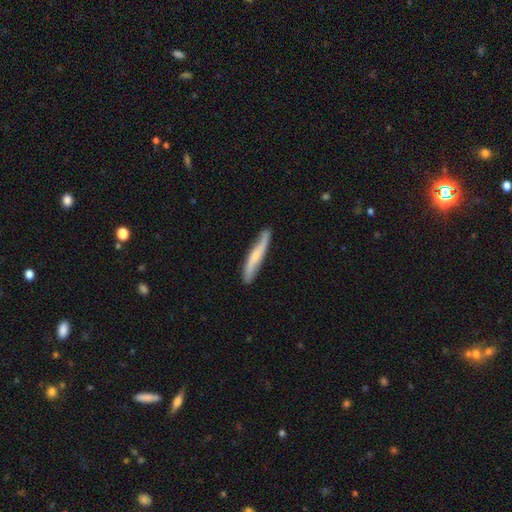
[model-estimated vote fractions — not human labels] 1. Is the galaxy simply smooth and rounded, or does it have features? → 54% featured or disk, 40% smooth, 5% star or artifact.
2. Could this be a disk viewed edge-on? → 62% yes, 38% no.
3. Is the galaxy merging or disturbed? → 80% none, 16% minor disturbance, 3% major disturbance, 2% merger.